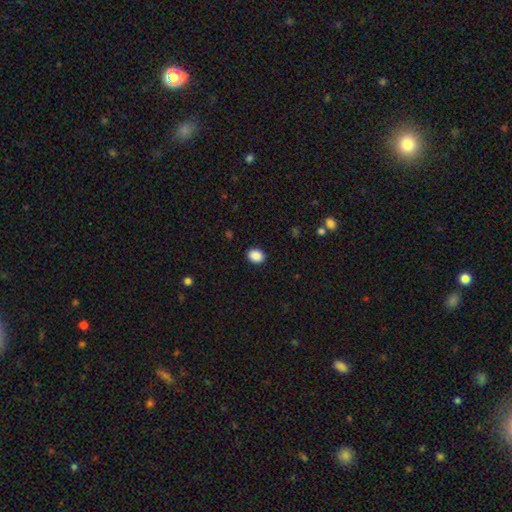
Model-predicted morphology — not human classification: A smooth galaxy with no disk features (89%) that is in between round and cigar-shaped (54%). Merging: none (90%).